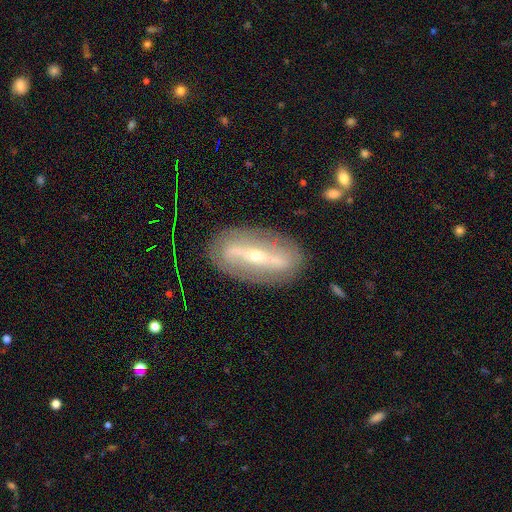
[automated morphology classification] Smooth or featured: featured or disk — 79% (smooth — 14%)
Edge-on disk: no — 72% (yes — 28%)
Bar: strong — 77% (weak — 14%)
Spiral arms: yes — 52% (no — 48%)
Bulge size: small — 58% (moderate — 37%)
Merging: none — 83% (minor disturbance — 11%)